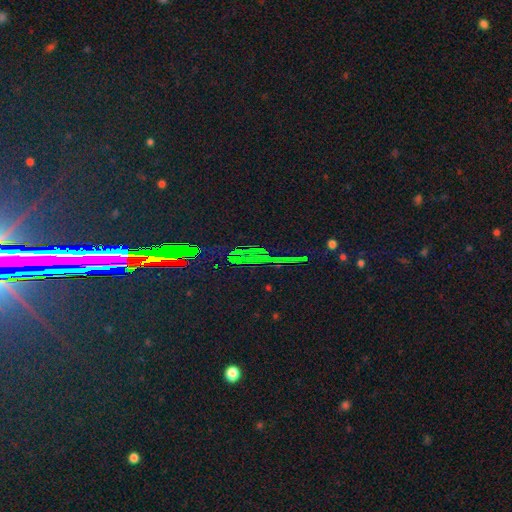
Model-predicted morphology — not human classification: Overall: star or artifact (81%).